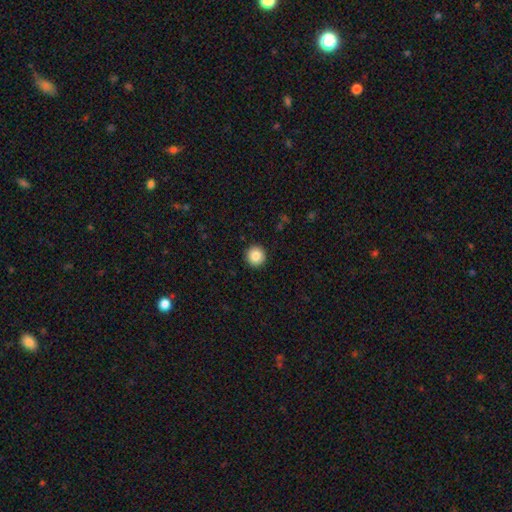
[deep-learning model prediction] Overall: smooth (87%). How rounded: round (95%). Merging: none (93%).